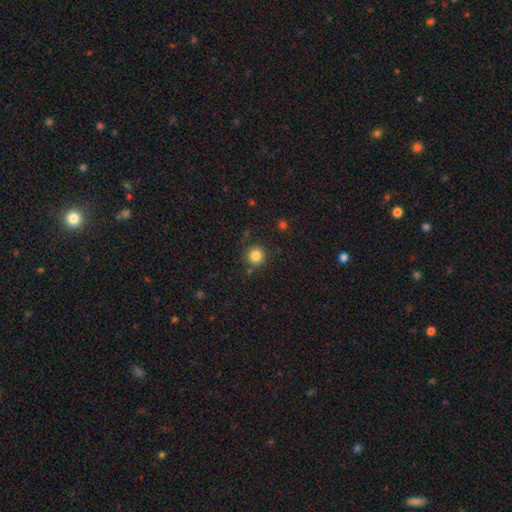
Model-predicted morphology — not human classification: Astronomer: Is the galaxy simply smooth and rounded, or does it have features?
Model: smooth — 83%.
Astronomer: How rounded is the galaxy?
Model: round — 95%.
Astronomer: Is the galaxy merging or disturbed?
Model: none — 86%.